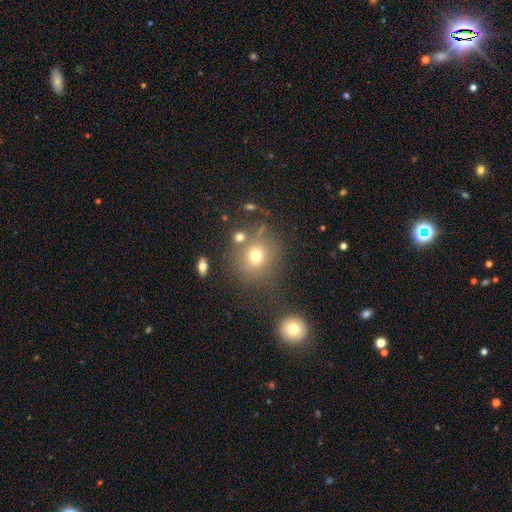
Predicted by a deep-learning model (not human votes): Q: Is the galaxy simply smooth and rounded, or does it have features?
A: smooth — 71%.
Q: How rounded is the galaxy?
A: round — 85%.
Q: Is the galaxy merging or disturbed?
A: none — 69%.